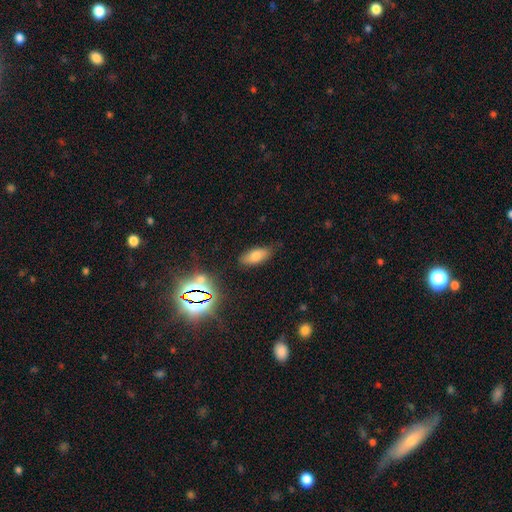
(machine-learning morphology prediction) A smooth galaxy with no disk features (64%) that is in between round and cigar-shaped (84%).

Vote fractions:
- Smooth or featured? smooth: 64% / star or artifact: 22% / featured or disk: 14%
- How rounded? in between: 84% / cigar-shaped: 11% / round: 4%
- Merging? none: 82% / minor disturbance: 13% / major disturbance: 3% / merger: 2%